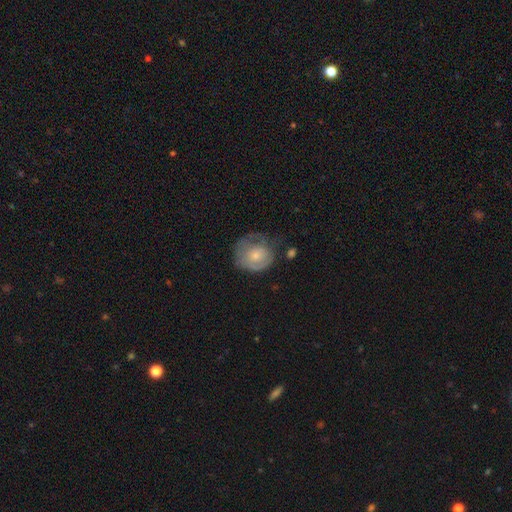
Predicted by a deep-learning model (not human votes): Smooth or featured? Predicted: smooth (p=0.53). How rounded? Predicted: round (p=0.78). Merging? Predicted: none (p=0.42).